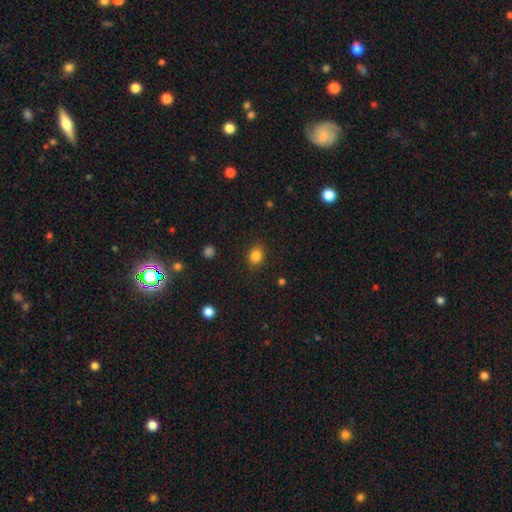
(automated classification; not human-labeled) This appears to be a smooth galaxy with no disk features (85%) that is round (67%). Merging: none (87%).